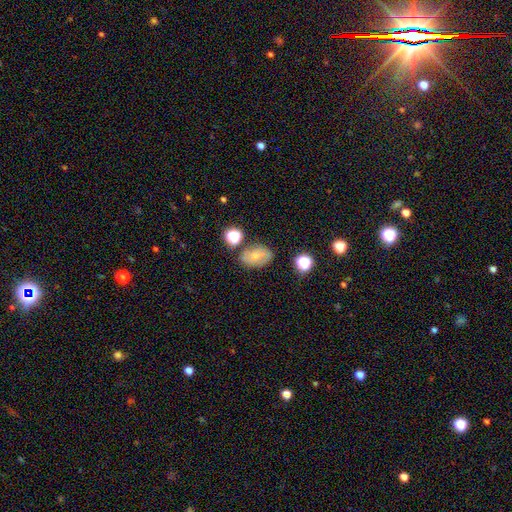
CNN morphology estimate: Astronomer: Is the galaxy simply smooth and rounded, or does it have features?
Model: smooth — 61%.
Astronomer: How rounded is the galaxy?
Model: in between — 83%.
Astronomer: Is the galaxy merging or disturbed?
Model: none — 67%.